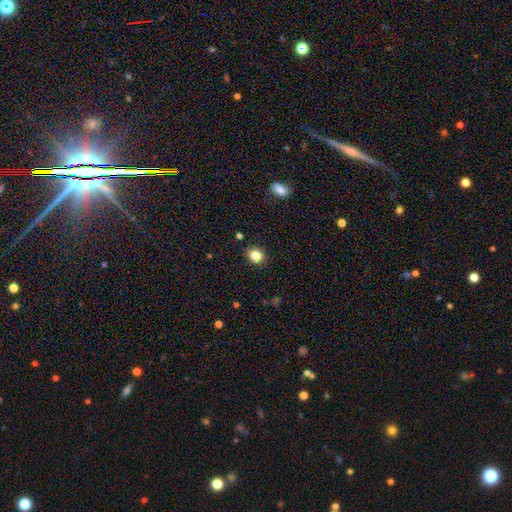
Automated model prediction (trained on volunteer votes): smooth-or-featured: smooth: 83% | star or artifact: 11% | featured or disk: 6%
  how-rounded: round: 60% | in between: 39% | cigar-shaped: 1%
  merging: none: 88% | minor disturbance: 8% | major disturbance: 2% | merger: 2%